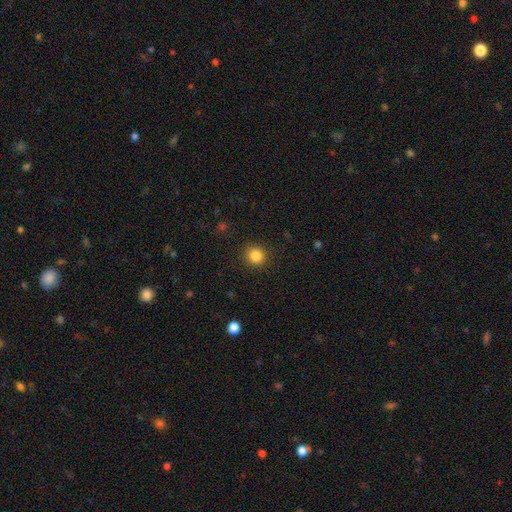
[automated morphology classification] Smooth or featured?
  - smooth: 85% *
  - star or artifact: 11%
  - featured or disk: 4%
How rounded?
  - round: 92% *
  - in between: 7%
  - cigar-shaped: 1%
Merging?
  - none: 91% *
  - minor disturbance: 6%
  - major disturbance: 2%
  - merger: 1%